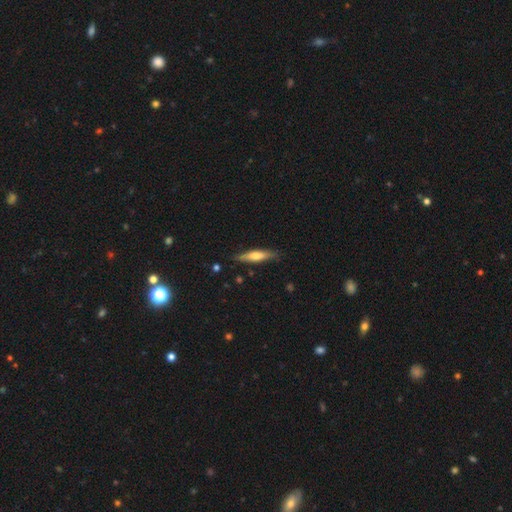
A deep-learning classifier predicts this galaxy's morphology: This appears to be a smooth galaxy with no disk features (50%). Merging: none (85%).